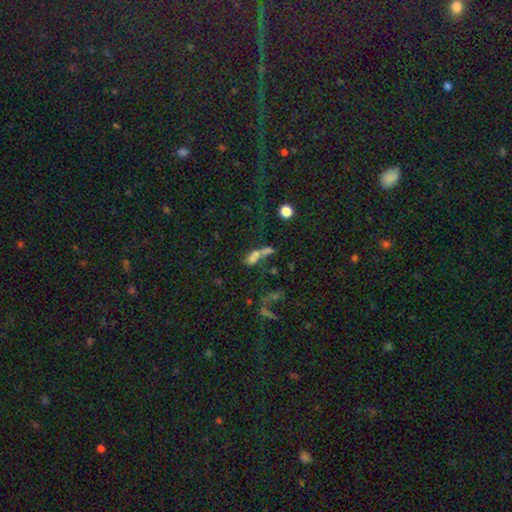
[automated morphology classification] smooth_or_featured: smooth (p=0.55) [alt: star or artifact p=0.23]
how_rounded: in between (p=0.57) [alt: cigar-shaped p=0.31]
merging: merger (p=0.51) [alt: none p=0.24]